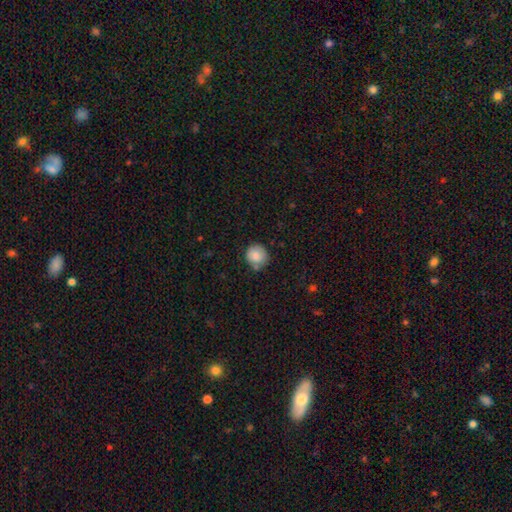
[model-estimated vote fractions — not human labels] This appears to be a smooth galaxy with no disk features (84%) that is round (88%). Merging: none (72%).